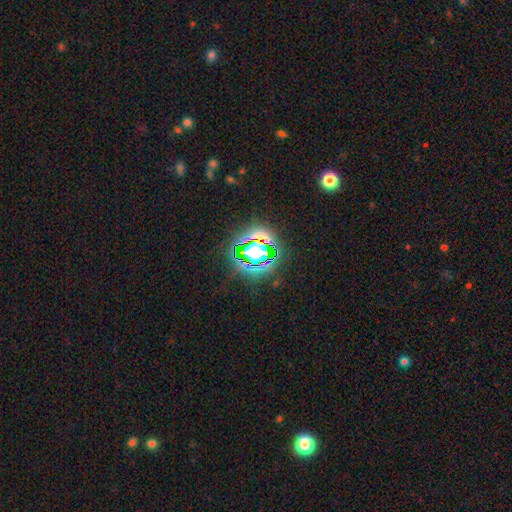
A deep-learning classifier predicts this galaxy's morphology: A star or artifact, not a galaxy (71%).